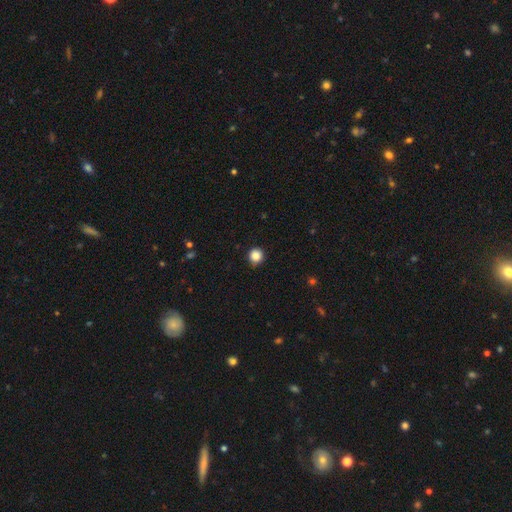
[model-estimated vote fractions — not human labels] A smooth galaxy with no disk features (87%) that is round (94%). Merging: none (88%).